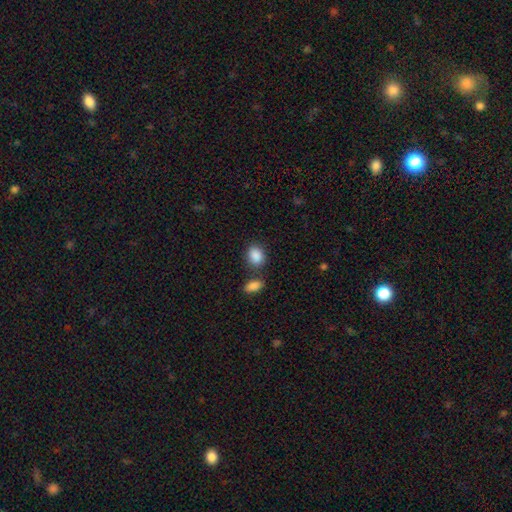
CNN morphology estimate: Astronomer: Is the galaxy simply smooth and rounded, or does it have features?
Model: smooth — 89%.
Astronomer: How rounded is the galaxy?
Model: in between — 70%.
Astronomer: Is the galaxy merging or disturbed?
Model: none — 67%.